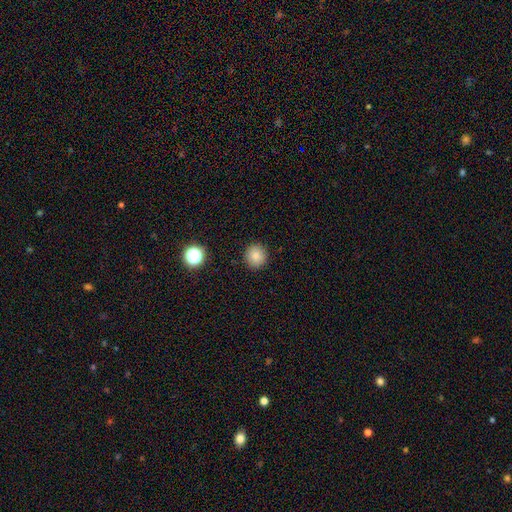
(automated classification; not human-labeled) smooth-or-featured: smooth: 82% | star or artifact: 12% | featured or disk: 6%
  how-rounded: round: 93% | in between: 6% | cigar-shaped: 1%
  merging: none: 91% | minor disturbance: 6% | major disturbance: 2% | merger: 1%